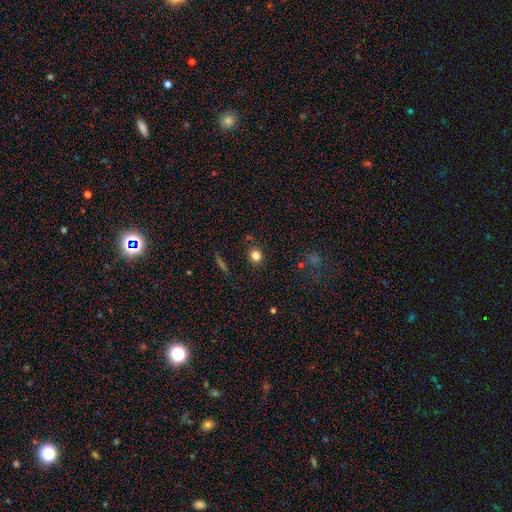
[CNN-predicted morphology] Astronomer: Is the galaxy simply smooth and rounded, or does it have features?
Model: smooth — 81%.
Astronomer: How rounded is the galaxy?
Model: round — 87%.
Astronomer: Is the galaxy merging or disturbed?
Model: none — 86%.